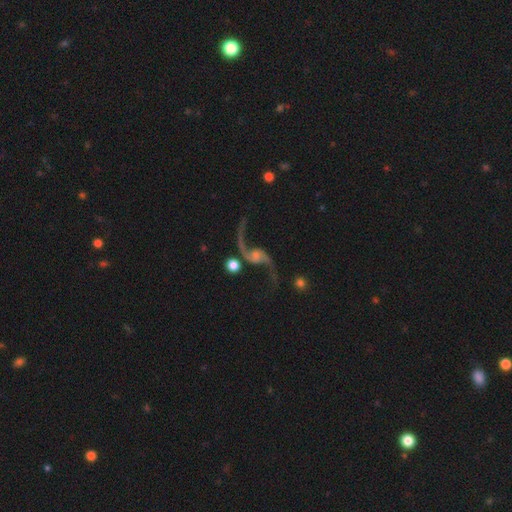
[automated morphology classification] This appears to be a featured or disk galaxy (90%) with no bar (59%), 2 (94%) loose (93%) spiral arms (97%) and a small central bulge (45%). Merging: none (66%).